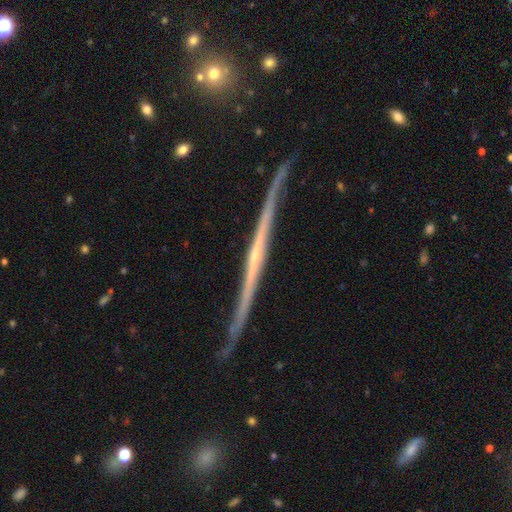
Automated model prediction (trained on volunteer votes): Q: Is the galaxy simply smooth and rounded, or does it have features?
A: featured or disk — 84%.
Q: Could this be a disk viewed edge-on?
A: yes — 97%.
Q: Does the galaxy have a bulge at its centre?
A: none — 60%.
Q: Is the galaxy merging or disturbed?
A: none — 80%.